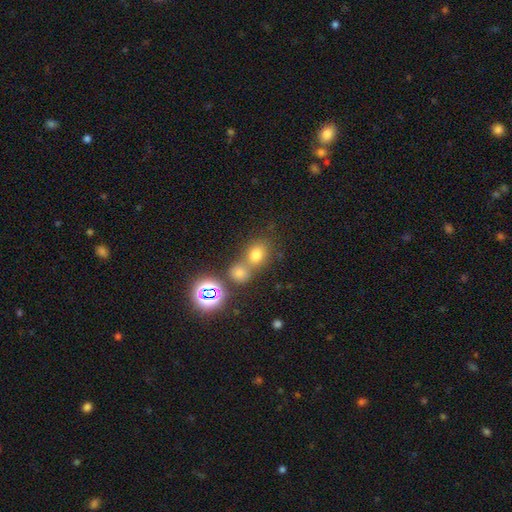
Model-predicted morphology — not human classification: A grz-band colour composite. It shows a smooth galaxy with no disk features (68%) that is round (59%). Merging: none (51%).